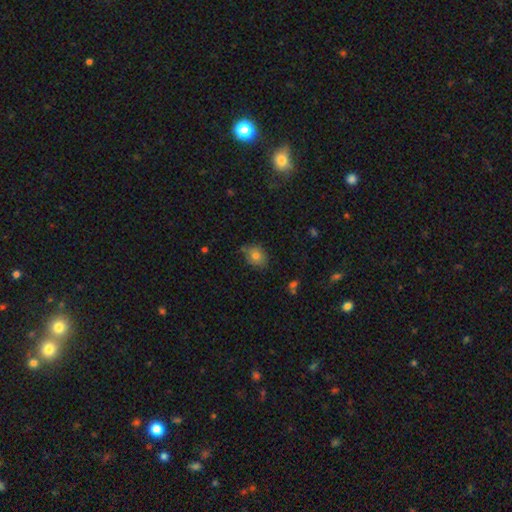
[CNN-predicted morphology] Smooth or featured? smooth (78%)
How rounded? in between (50%)
Merging? none (75%)